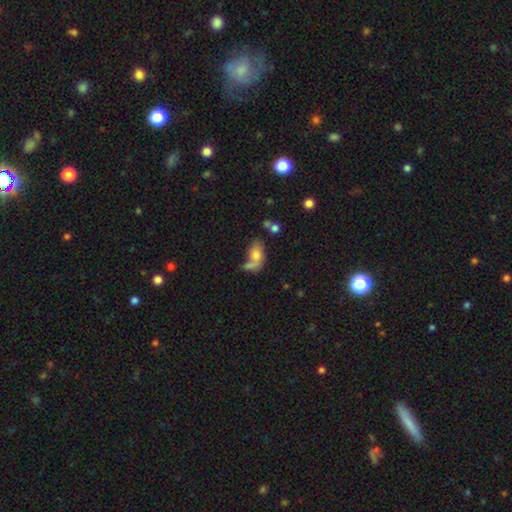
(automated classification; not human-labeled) A smooth galaxy with no disk features (67%) that is in between round and cigar-shaped (85%). Merging: merger (35%).